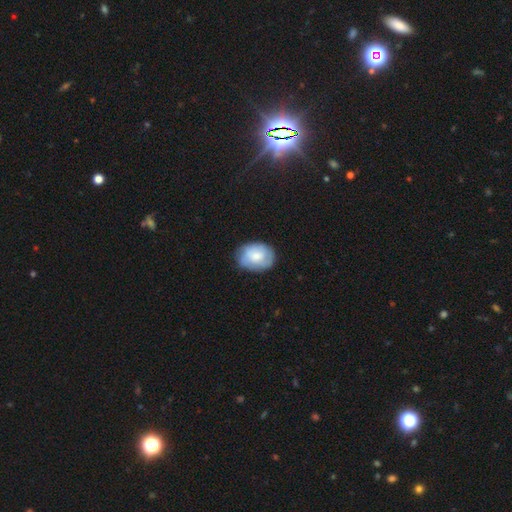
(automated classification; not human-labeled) Overall: smooth (60%; featured or disk 34%). How rounded: in between (68%; round 31%). Merging: none (74%).